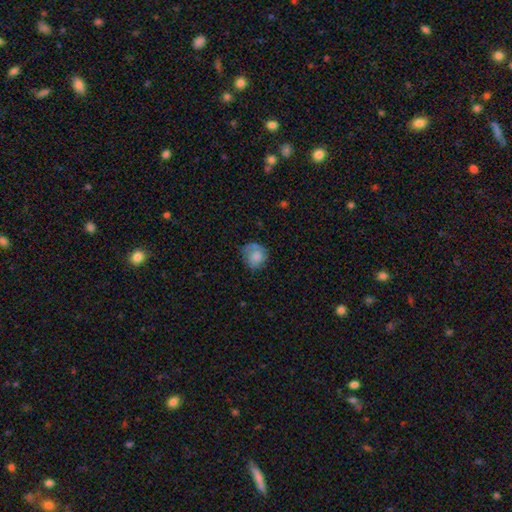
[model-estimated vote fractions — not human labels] Q: Smooth or featured?
A: smooth (69%); runner-up: featured or disk (23%)
Q: How rounded?
A: round (76%); runner-up: in between (23%)
Q: Merging?
A: none (56%); runner-up: minor disturbance (27%)